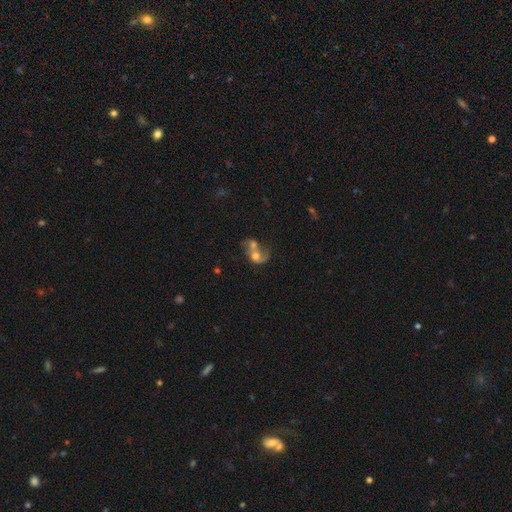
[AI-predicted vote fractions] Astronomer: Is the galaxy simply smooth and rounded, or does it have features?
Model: featured or disk — 50% (runner-up: smooth, 40%).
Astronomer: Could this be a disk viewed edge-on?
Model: no — 97%.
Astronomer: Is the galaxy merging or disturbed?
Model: merger — 69%.